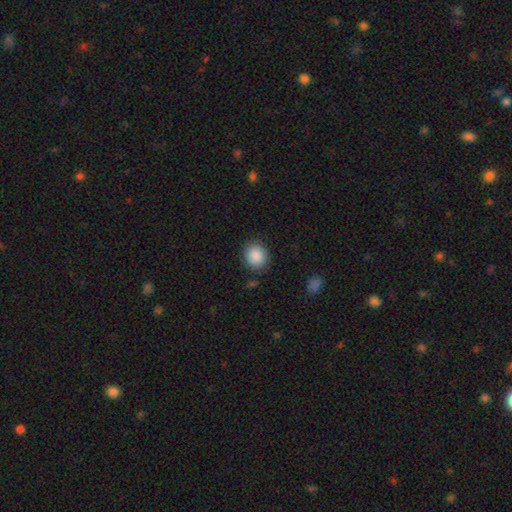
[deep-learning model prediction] Smooth or featured? Predicted: smooth (p=0.89). How rounded? Predicted: round (p=0.77). Merging? Predicted: none (p=0.87).